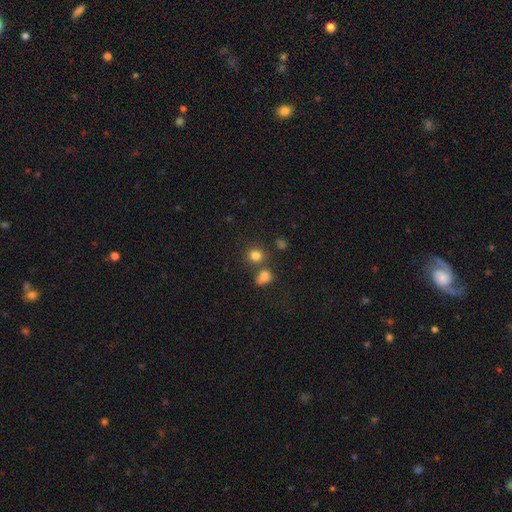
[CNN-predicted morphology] A smooth galaxy with no disk features (80%) that is round (79%). Merging: none (67%).